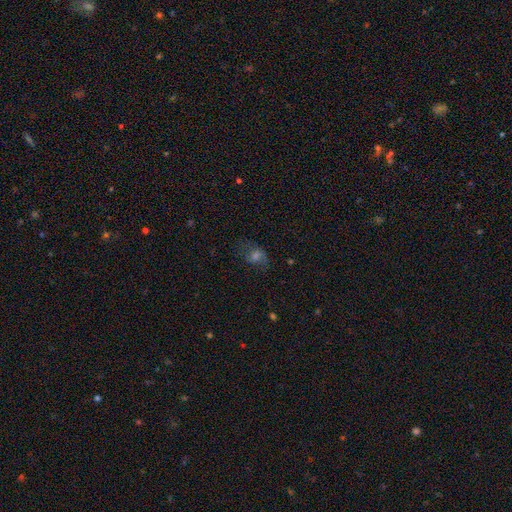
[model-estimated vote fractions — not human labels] This is marginally a smooth galaxy (44%). Merging: likely none (61%).